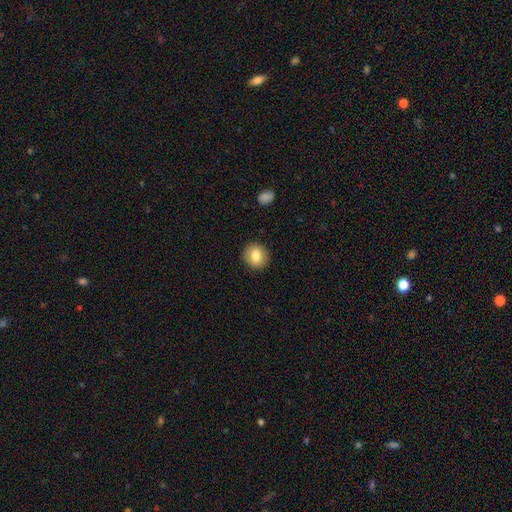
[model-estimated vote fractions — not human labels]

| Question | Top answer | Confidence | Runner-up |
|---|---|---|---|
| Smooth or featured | smooth | 81% | featured or disk (10%) |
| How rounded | round | 87% | in between (12%) |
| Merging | none | 91% | minor disturbance (6%) |